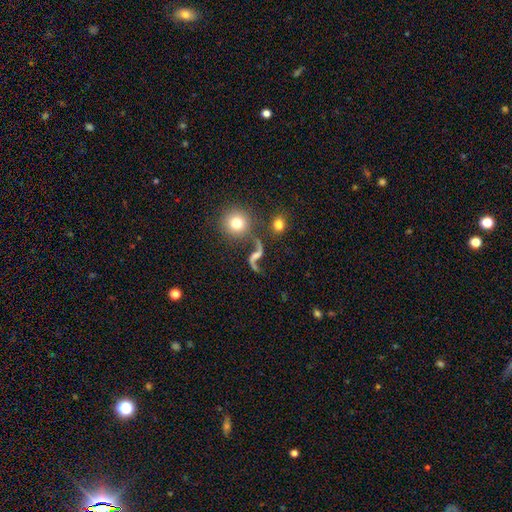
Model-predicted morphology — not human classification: This appears to be a featured or disk galaxy (76%) with no bar (49%), 2 (92%) loose (93%) spiral arms (91%) and no central bulge (34%). Merging: none (62%).